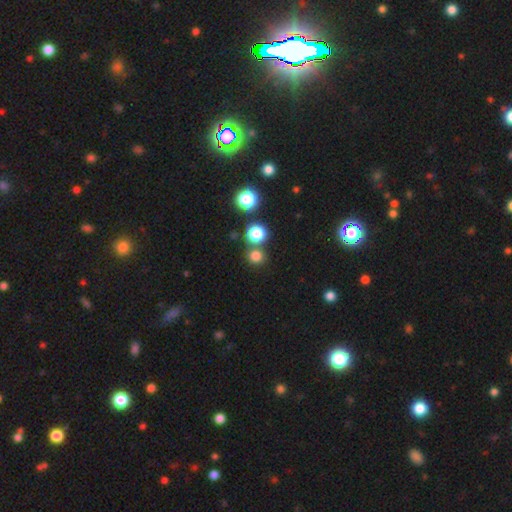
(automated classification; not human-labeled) This is likely a smooth galaxy (77%). How rounded: clearly round (88%). Merging: likely none (68%).